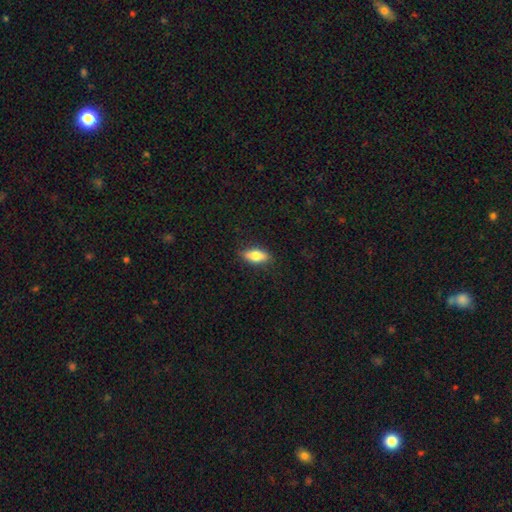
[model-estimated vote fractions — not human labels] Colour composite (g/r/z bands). It shows a smooth galaxy with no disk features (72%) that is in between round and cigar-shaped (74%). Merging: none (84%).